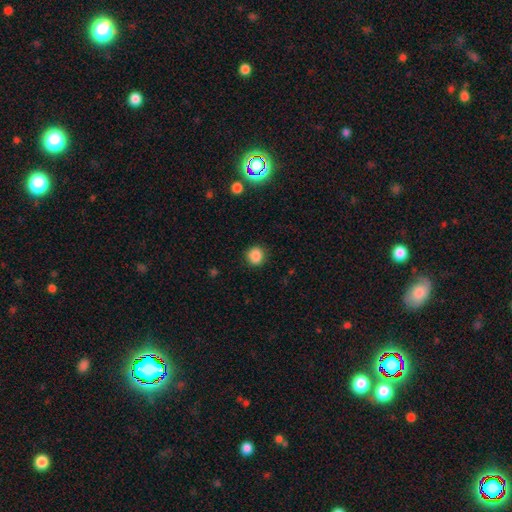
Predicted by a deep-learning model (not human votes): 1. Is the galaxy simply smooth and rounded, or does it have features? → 86% smooth, 10% star or artifact, 4% featured or disk.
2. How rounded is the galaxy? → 78% round, 21% in between, 1% cigar-shaped.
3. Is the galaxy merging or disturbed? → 87% none, 9% minor disturbance, 3% major disturbance, 1% merger.